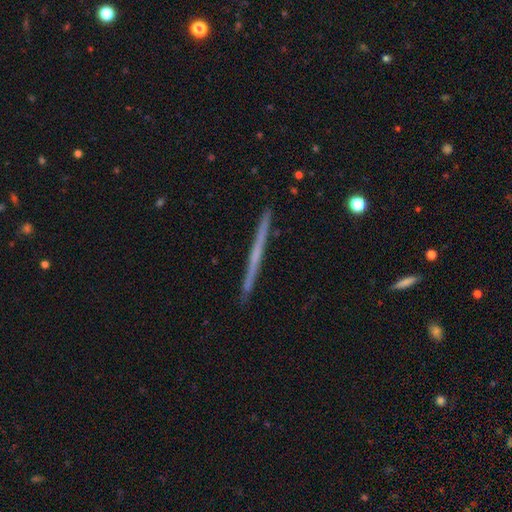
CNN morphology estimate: This is possibly a featured or disk galaxy (58%). It is clearly viewed edge-on (98%). Edge-on bulge: clearly none (87%). Merging: clearly none (92%).